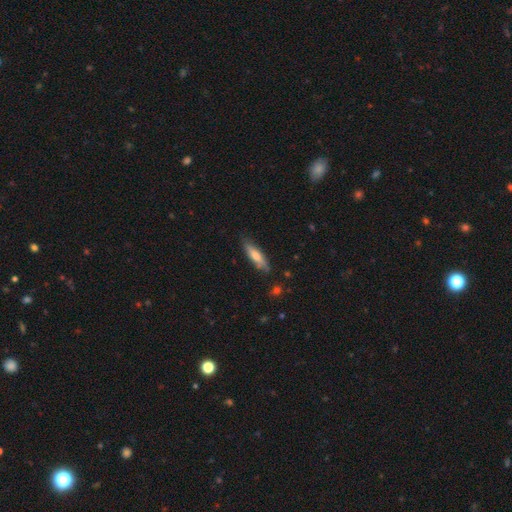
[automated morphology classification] Overall: smooth (65%; featured or disk 29%). How rounded: cigar-shaped (68%; in between 31%). Merging: none (80%).